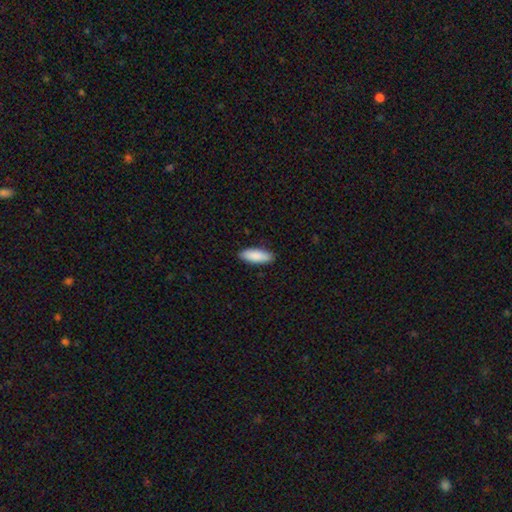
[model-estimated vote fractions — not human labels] This is clearly a smooth galaxy (89%). How rounded: likely in between (67%). Merging: clearly none (88%).